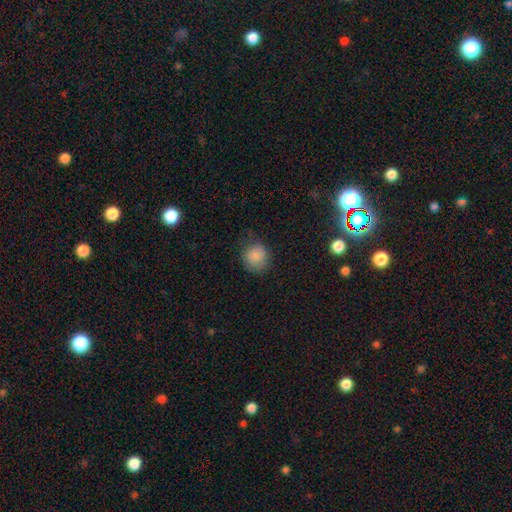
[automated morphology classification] Q: Smooth or featured?
A: smooth (84%); runner-up: star or artifact (9%)
Q: How rounded?
A: round (83%); runner-up: in between (16%)
Q: Merging?
A: none (66%); runner-up: minor disturbance (24%)